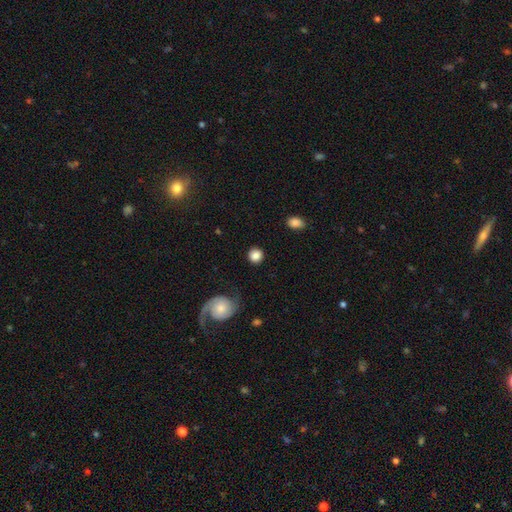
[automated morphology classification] Smooth or featured?
  - smooth: 85% *
  - featured or disk: 8%
  - star or artifact: 8%
How rounded?
  - round: 92% *
  - in between: 7%
  - cigar-shaped: 1%
Merging?
  - none: 87% *
  - minor disturbance: 8%
  - major disturbance: 4%
  - merger: 2%